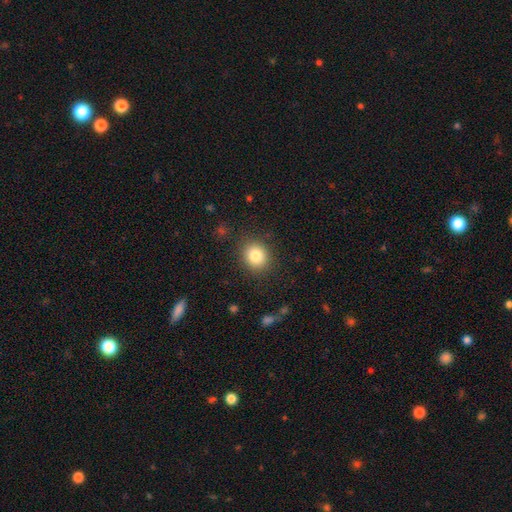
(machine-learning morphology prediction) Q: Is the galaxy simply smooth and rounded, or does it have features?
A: smooth — 83%.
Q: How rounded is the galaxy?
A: round — 77%.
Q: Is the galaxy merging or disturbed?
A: none — 87%.